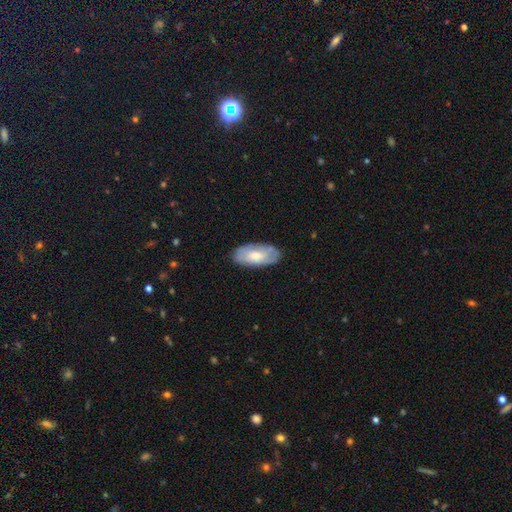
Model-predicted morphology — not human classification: type=smooth (60%); roundness=in between (92%); merging=none (77%).